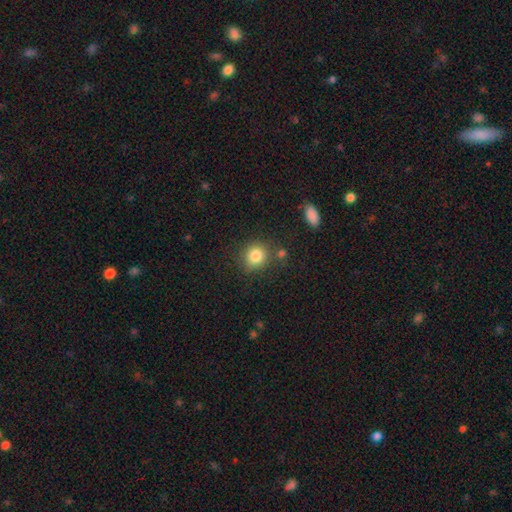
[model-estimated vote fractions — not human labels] smooth 83%, star or artifact 11%, featured or disk 6%. Down the decision tree: how rounded — round (78%); merging — none (75%).